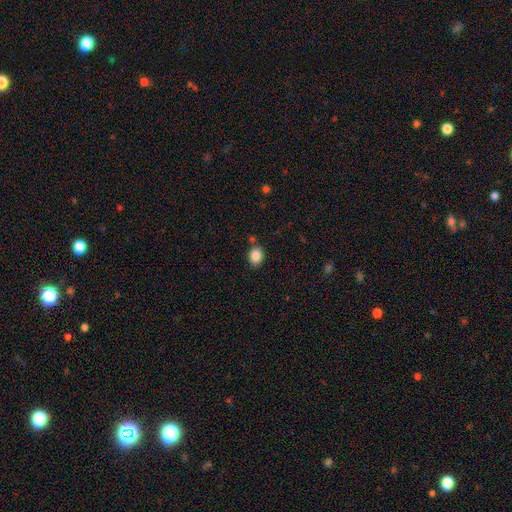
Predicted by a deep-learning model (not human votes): A smooth galaxy with no disk features (86%) that is in between round and cigar-shaped (54%).

Vote fractions:
- Smooth or featured? smooth: 86% / star or artifact: 9% / featured or disk: 5%
- How rounded? in between: 54% / round: 45% / cigar-shaped: 1%
- Merging? none: 79% / minor disturbance: 12% / merger: 6% / major disturbance: 3%